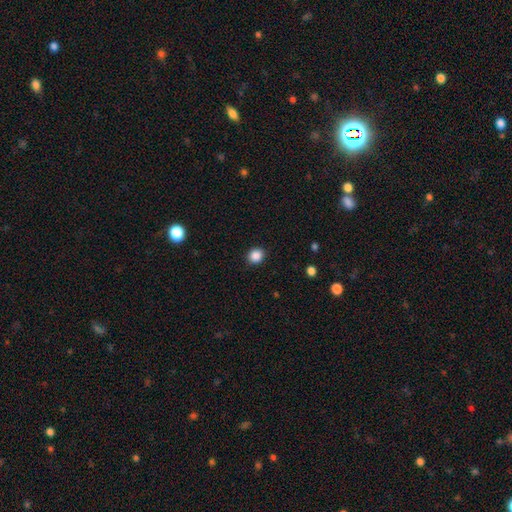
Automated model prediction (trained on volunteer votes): Smooth or featured: smooth — 87% (star or artifact — 10%)
How rounded: round — 79% (in between — 20%)
Merging: none — 89% (minor disturbance — 7%)